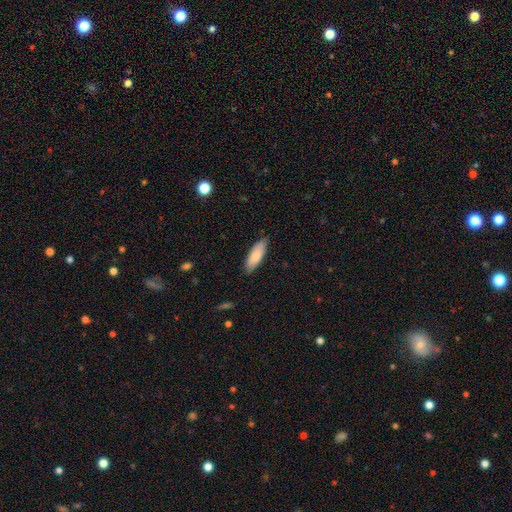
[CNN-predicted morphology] Q: Smooth or featured?
A: smooth (82%); runner-up: featured or disk (13%)
Q: How rounded?
A: in between (63%); runner-up: cigar-shaped (35%)
Q: Merging?
A: none (85%); runner-up: minor disturbance (12%)